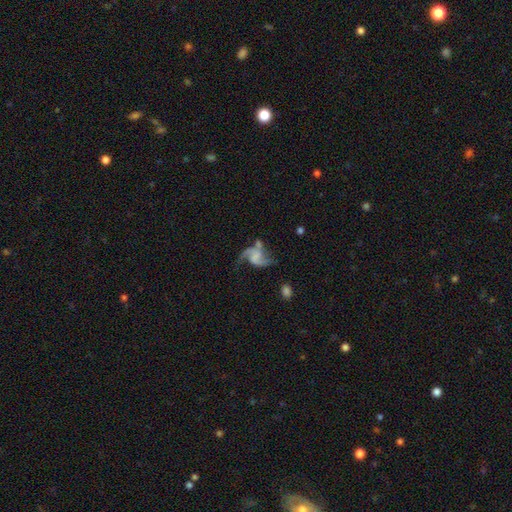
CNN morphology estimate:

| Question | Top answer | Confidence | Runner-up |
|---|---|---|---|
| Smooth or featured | featured or disk | 83% | smooth (10%) |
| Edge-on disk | no | 98% | yes (2%) |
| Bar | no | 54% | weak (35%) |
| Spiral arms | yes | 94% | no (6%) |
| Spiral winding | loose | 66% | medium (28%) |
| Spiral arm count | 2 | 87% | 1 (5%) |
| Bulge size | none | 62% | small (16%) |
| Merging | none | 46% | major disturbance (23%) |